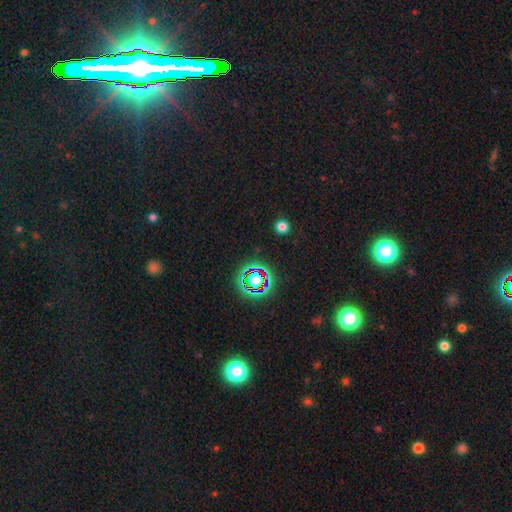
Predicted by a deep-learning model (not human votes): This is likely a star or artifact rather than a galaxy (77%).